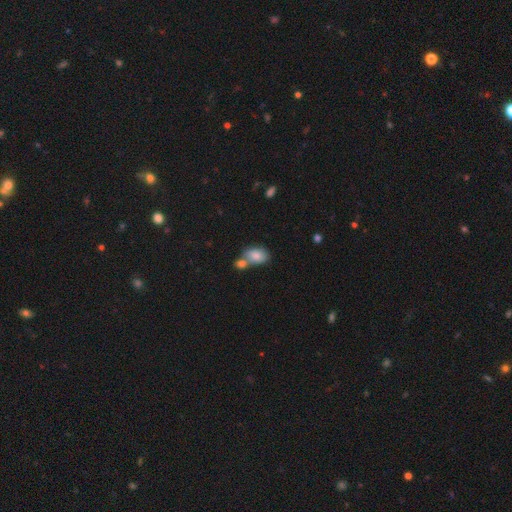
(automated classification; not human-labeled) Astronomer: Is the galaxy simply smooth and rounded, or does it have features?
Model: smooth — 83%.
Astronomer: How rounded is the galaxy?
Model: in between — 87%.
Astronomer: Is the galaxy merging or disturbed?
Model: merger — 47% (runner-up: none, 37%).